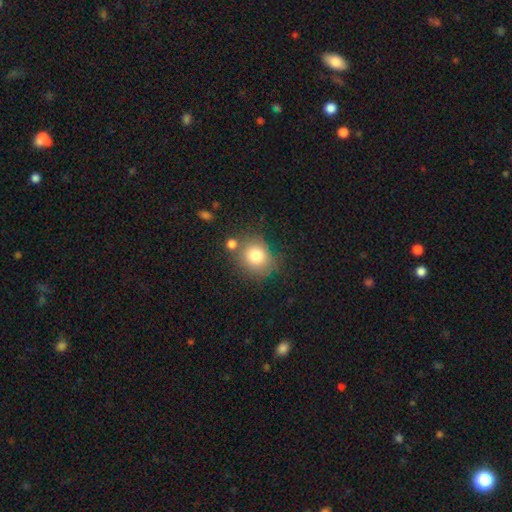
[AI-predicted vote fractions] smooth-or-featured: smooth: 80% | star or artifact: 10% | featured or disk: 10%
  how-rounded: round: 76% | in between: 23% | cigar-shaped: 1%
  merging: none: 67% | minor disturbance: 15% | merger: 12% | major disturbance: 6%